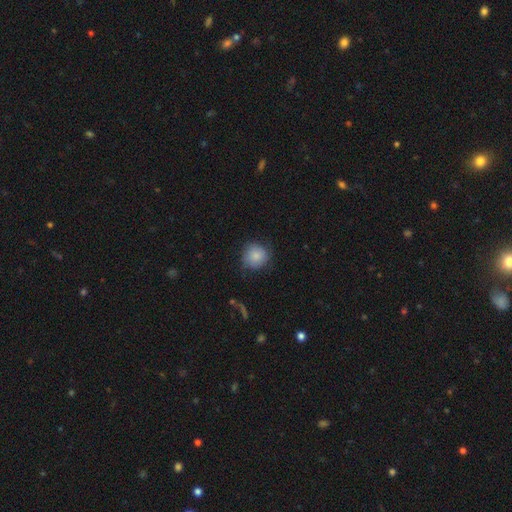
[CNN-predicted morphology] Smooth or featured?
  - smooth: 85% *
  - star or artifact: 8%
  - featured or disk: 8%
How rounded?
  - round: 90% *
  - in between: 9%
  - cigar-shaped: 1%
Merging?
  - none: 77% *
  - minor disturbance: 17%
  - major disturbance: 4%
  - merger: 1%